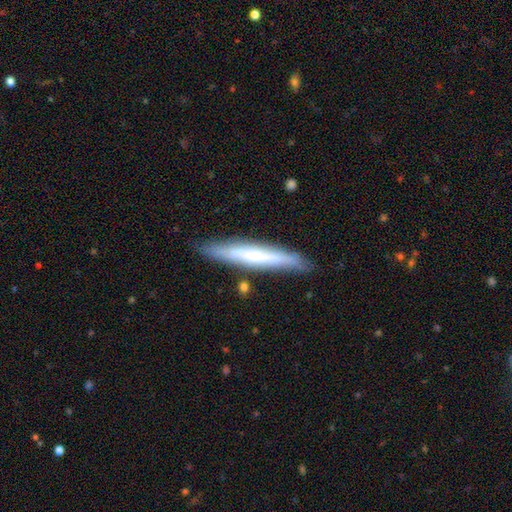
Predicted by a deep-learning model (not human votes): The model was most divided on "smooth or featured": smooth: 48%, featured or disk: 46%, star or artifact: 6%. More confident: merging — none (85%).